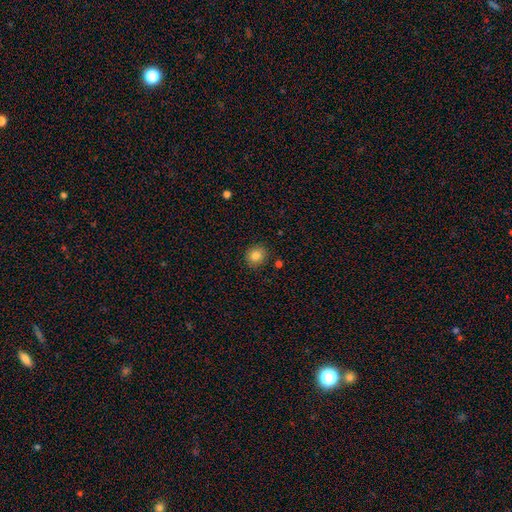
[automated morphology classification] smooth-or-featured: smooth: 83% | star or artifact: 11% | featured or disk: 6%
  how-rounded: round: 85% | in between: 15% | cigar-shaped: 1%
  merging: none: 88% | minor disturbance: 8% | merger: 2% | major disturbance: 2%